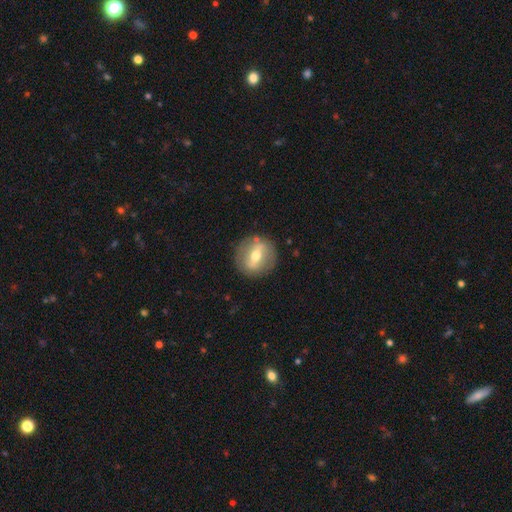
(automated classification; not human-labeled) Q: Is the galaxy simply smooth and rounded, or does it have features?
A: featured or disk — 59%.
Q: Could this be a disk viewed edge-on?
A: no — 86%.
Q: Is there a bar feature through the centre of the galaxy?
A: strong — 52%.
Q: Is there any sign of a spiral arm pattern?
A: no — 70%.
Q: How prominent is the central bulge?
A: moderate — 71%.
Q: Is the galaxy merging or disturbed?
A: none — 84%.